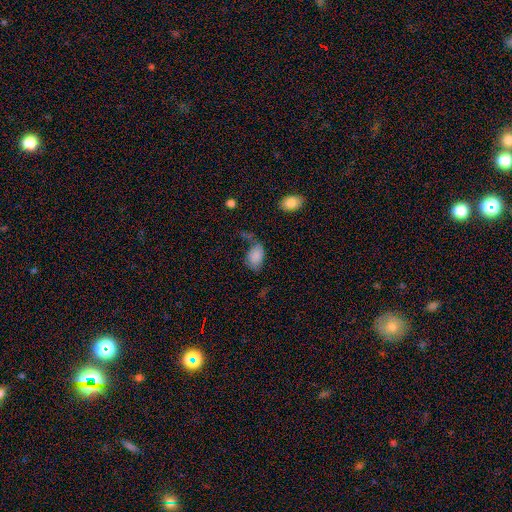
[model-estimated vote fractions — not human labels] A smooth galaxy with no disk features (81%) that is in between round and cigar-shaped (89%).

Vote fractions:
- Smooth or featured? smooth: 81% / featured or disk: 11% / star or artifact: 9%
- How rounded? in between: 89% / round: 10% / cigar-shaped: 1%
- Merging? none: 45% / minor disturbance: 28% / major disturbance: 18% / merger: 9%